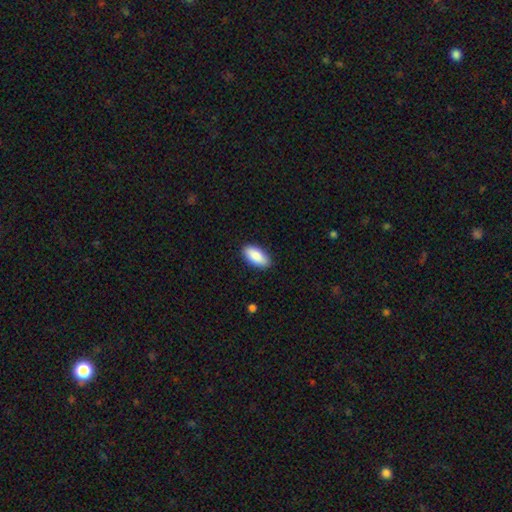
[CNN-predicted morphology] type=smooth (89%); roundness=in between (90%); merging=none (88%).